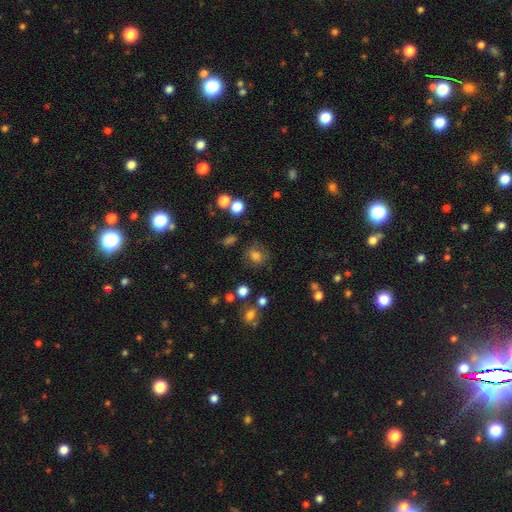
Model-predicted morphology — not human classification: A smooth galaxy with no disk features (74%) that is round (61%). Merging: none (72%).